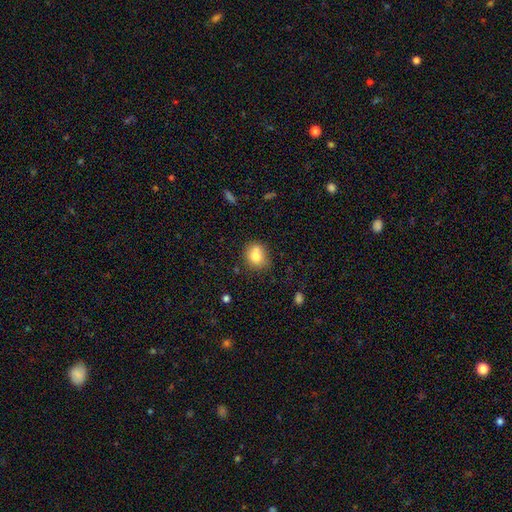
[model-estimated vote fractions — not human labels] This appears to be a smooth galaxy with no disk features (78%) that is round (67%). Merging: none (70%).